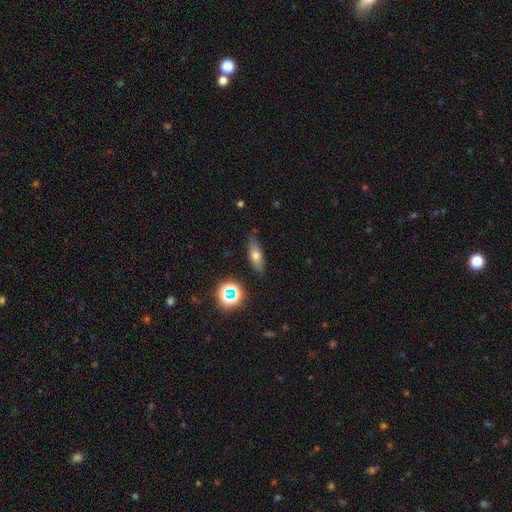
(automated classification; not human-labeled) A smooth galaxy with no disk features (62%) that is in between round and cigar-shaped (62%). Merging: none (78%).